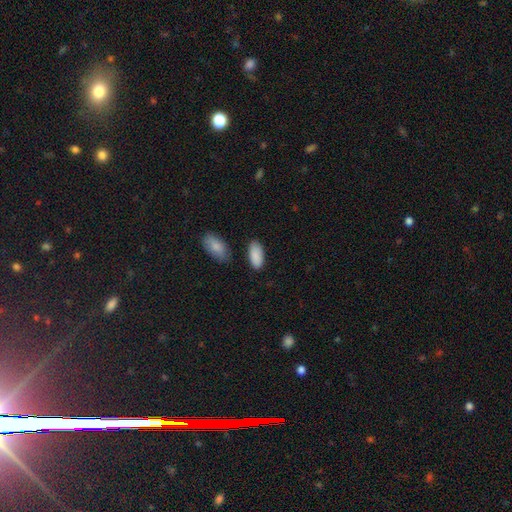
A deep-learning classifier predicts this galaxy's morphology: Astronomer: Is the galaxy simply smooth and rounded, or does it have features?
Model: smooth — 90%.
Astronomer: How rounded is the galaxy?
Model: in between — 93%.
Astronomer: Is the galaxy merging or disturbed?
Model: none — 78%.